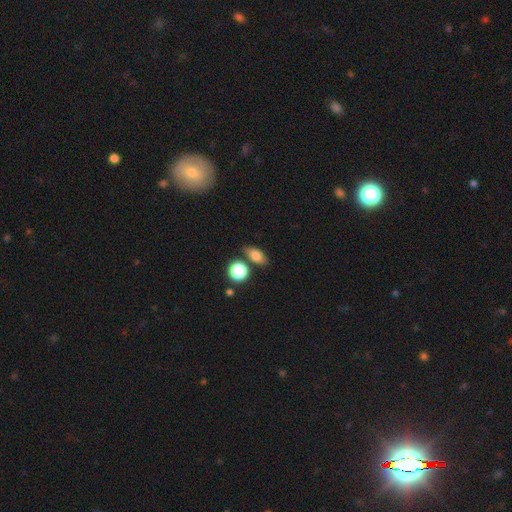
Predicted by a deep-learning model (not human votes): Smooth or featured?
  - smooth: 76% *
  - featured or disk: 13%
  - star or artifact: 12%
How rounded?
  - in between: 75% *
  - round: 17%
  - cigar-shaped: 8%
Merging?
  - none: 74% *
  - minor disturbance: 13%
  - merger: 10%
  - major disturbance: 4%